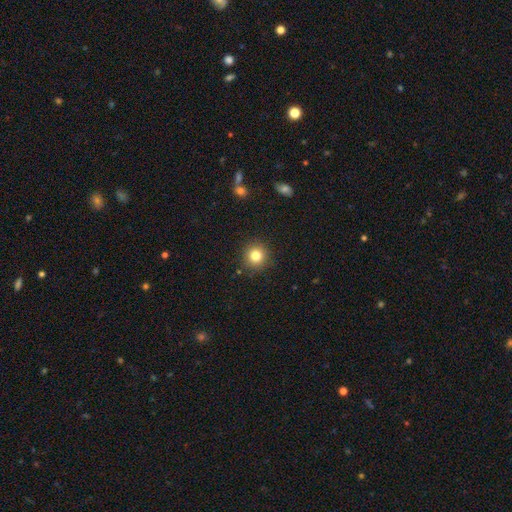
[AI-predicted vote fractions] Smooth or featured: smooth — 81% (star or artifact — 12%)
How rounded: round — 93% (in between — 6%)
Merging: none — 90% (minor disturbance — 7%)